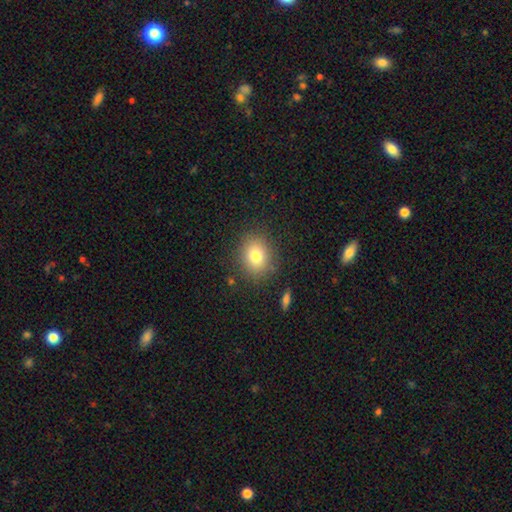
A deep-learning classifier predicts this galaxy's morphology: Smooth or featured? smooth (78%)
How rounded? round (61%)
Merging? none (86%)